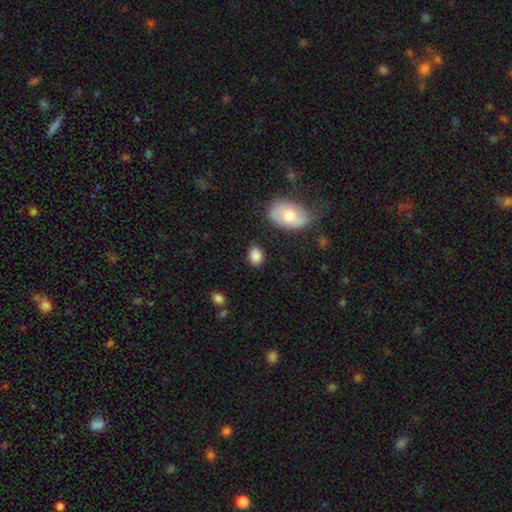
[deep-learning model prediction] This appears to be a smooth galaxy with no disk features (86%) that is in between round and cigar-shaped (69%). Merging: none (81%).